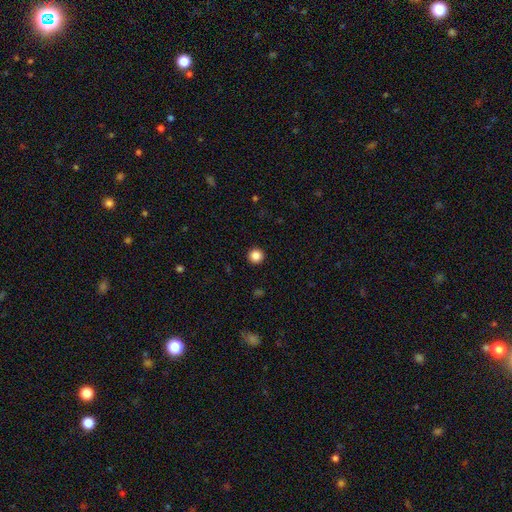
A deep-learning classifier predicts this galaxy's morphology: smooth-or-featured: smooth: 85% | star or artifact: 11% | featured or disk: 3%
  how-rounded: round: 96% | in between: 3% | cigar-shaped: 1%
  merging: none: 94% | minor disturbance: 4% | major disturbance: 1% | merger: 1%